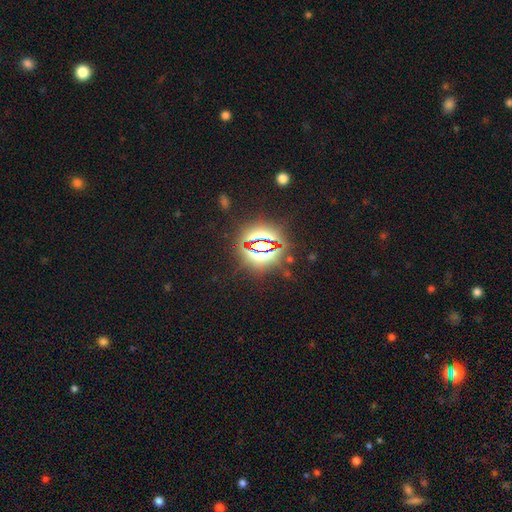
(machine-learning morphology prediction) Smooth or featured: star or artifact — 82% (smooth — 11%)